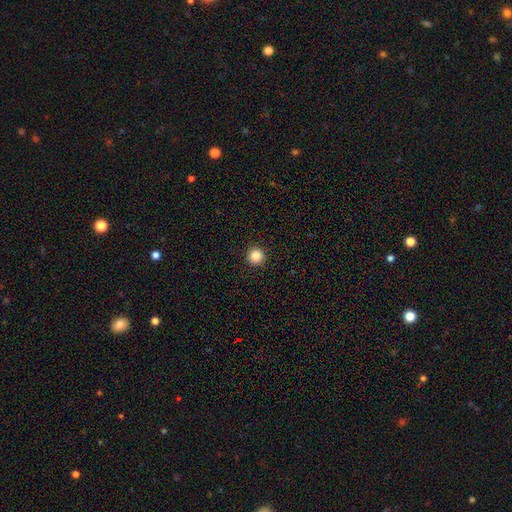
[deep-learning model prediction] A smooth galaxy with no disk features (85%) that is round (96%).

Vote fractions:
- Smooth or featured? smooth: 85% / star or artifact: 11% / featured or disk: 4%
- How rounded? round: 96% / in between: 3% / cigar-shaped: 1%
- Merging? none: 93% / minor disturbance: 4% / major disturbance: 2% / merger: 1%